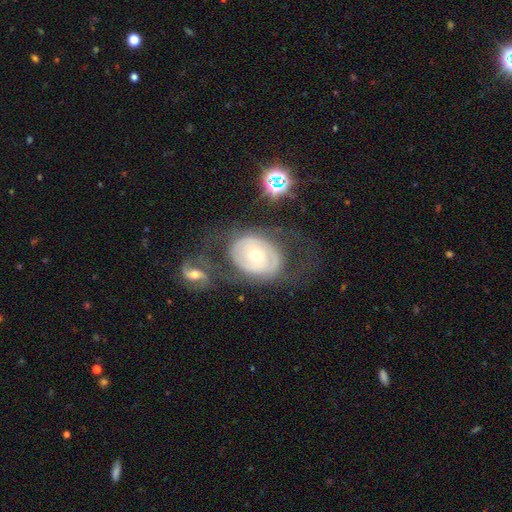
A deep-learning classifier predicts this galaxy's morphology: This is likely a featured or disk galaxy (69%). It is clearly not viewed edge-on (95%). Bar: likely no (76%). Spiral arm pattern: possibly yes (59%). Central bulge: possibly moderate (54%). Merging: possibly none (53%).